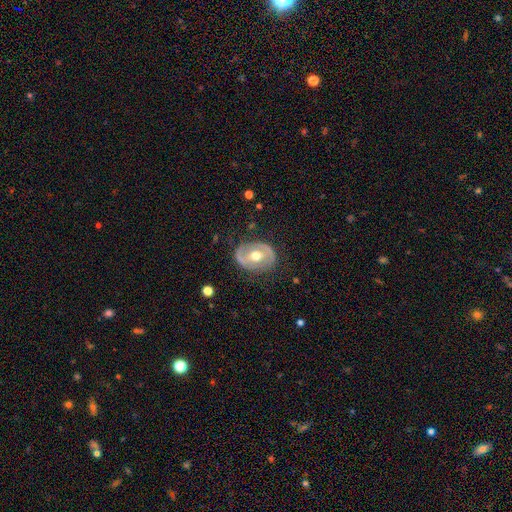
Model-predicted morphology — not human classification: A featured or disk galaxy (68%) with no bar (44%), no spiral arms (51%) and a moderate central bulge (78%).

Vote fractions:
- Smooth or featured? featured or disk: 68% / smooth: 26% / star or artifact: 5%
- Edge-on disk? no: 95% / yes: 5%
- Bar? no: 44% / weak: 36% / strong: 20%
- Spiral arms? no: 51% / yes: 49%
- Bulge size? moderate: 78% / small: 10% / large: 10% / dominant: 1% / none: 1%
- Merging? none: 76% / minor disturbance: 17% / major disturbance: 6% / merger: 1%